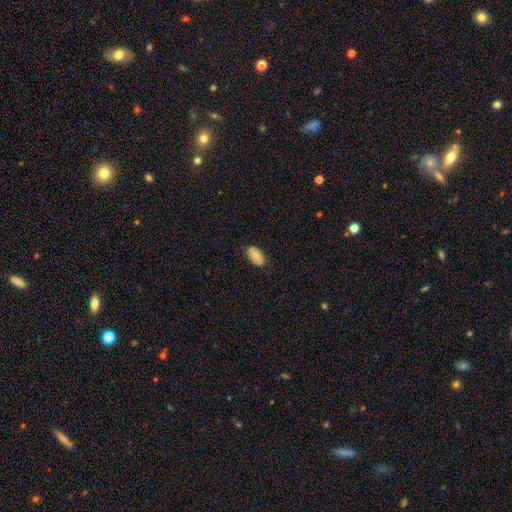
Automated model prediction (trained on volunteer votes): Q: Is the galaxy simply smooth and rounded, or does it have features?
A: smooth — 75%.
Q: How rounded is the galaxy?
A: in between — 94%.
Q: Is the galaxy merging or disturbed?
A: none — 83%.